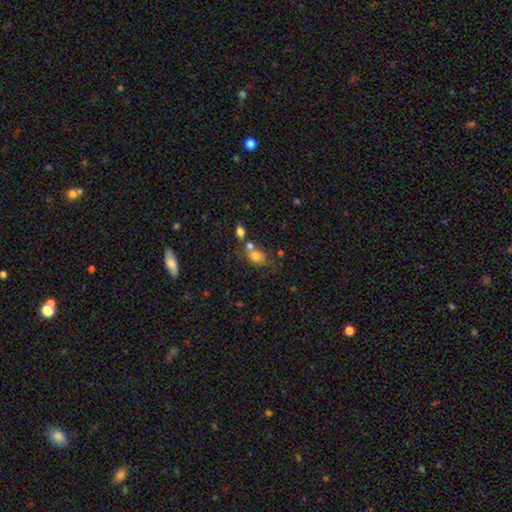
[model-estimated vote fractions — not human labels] Smooth or featured: smooth — 74% (featured or disk — 14%)
How rounded: in between — 60% (round — 38%)
Merging: none — 41% (merger — 35%)